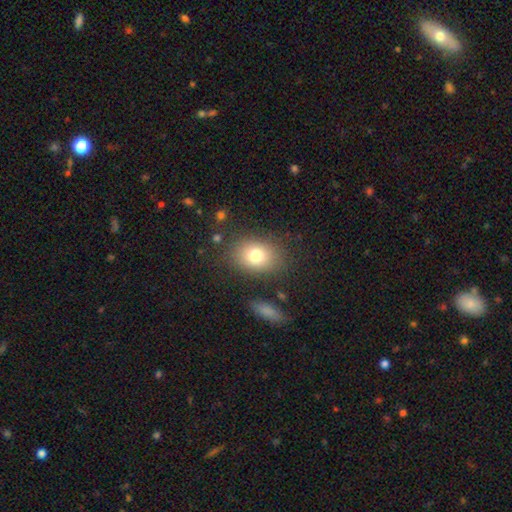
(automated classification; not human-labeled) Morphology: type=smooth (77%); roundness=in between (61%); merging=none (81%).